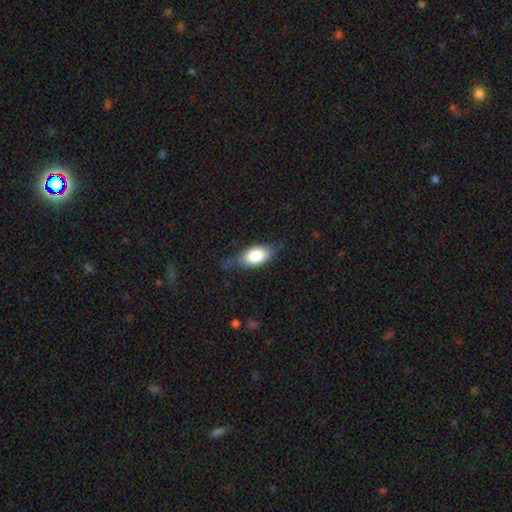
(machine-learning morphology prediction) This is likely a smooth galaxy (74%). How rounded: clearly in between (87%). Merging: likely none (63%).